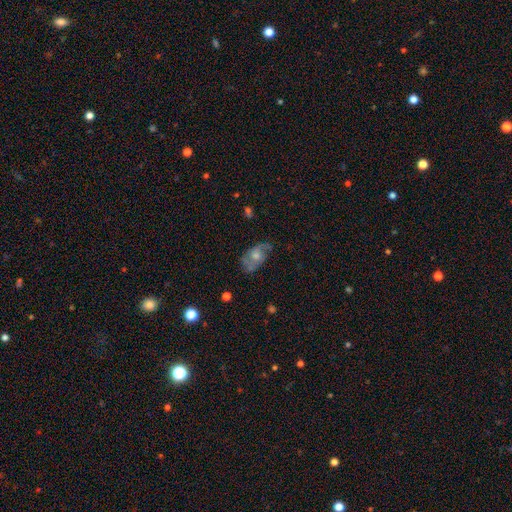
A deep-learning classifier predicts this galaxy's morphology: smooth_or_featured: featured or disk (p=0.60) [alt: smooth p=0.32]
disk_edge_on: no (p=0.94) [alt: yes p=0.06]
bar: no (p=0.74) [alt: weak p=0.23]
has_spiral_arms: yes (p=0.77) [alt: no p=0.23]
bulge_size: moderate (p=0.50) [alt: small p=0.33]
merging: none (p=0.59) [alt: minor disturbance p=0.25]